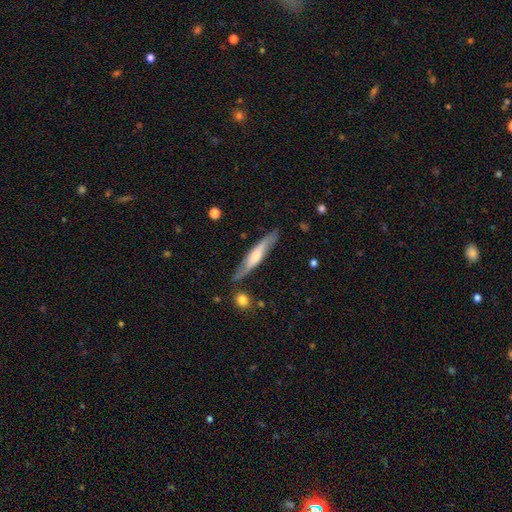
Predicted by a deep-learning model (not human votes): smooth_or_featured: featured or disk (p=0.51) [alt: smooth p=0.44]
disk_edge_on: yes (p=0.73) [alt: no p=0.27]
merging: none (p=0.81) [alt: minor disturbance p=0.13]